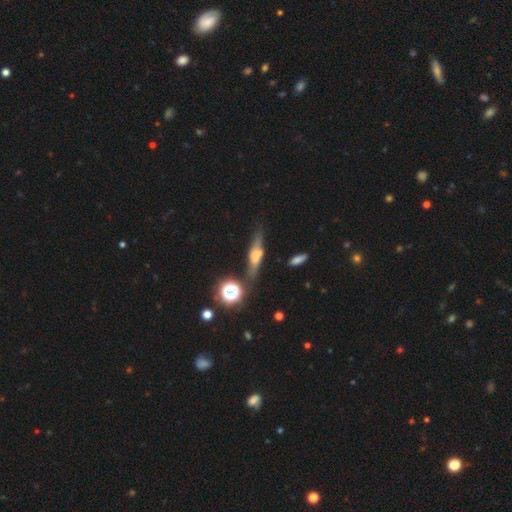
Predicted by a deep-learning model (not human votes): Smooth or featured? Predicted: featured or disk (p=0.55). Edge-on disk? Predicted: yes (p=0.90). Merging? Predicted: none (p=0.73).